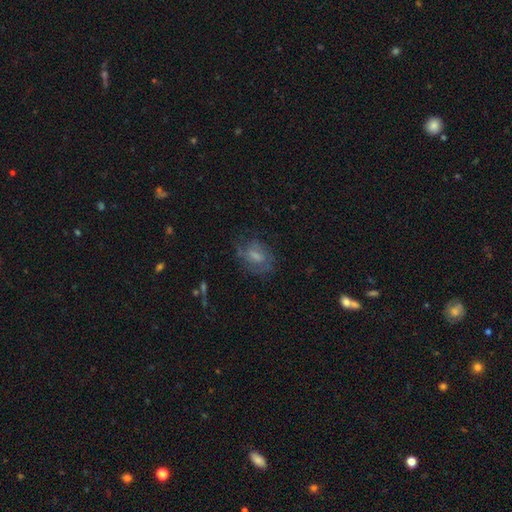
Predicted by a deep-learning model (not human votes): The model was most divided on "smooth or featured": featured or disk: 46%, smooth: 43%, star or artifact: 12%. More confident: merging — none (58%).